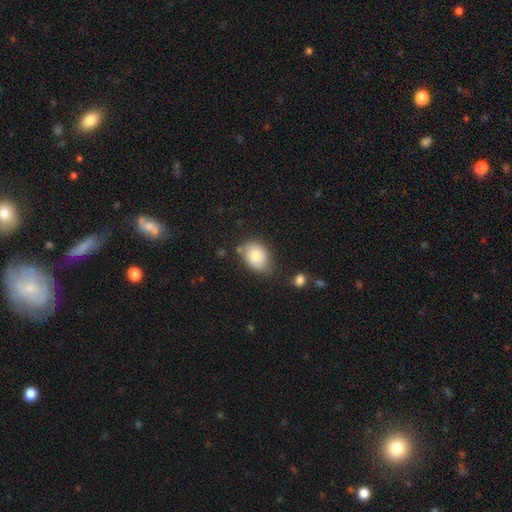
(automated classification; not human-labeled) Smooth or featured? smooth (78%)
How rounded? in between (73%)
Merging? none (62%)